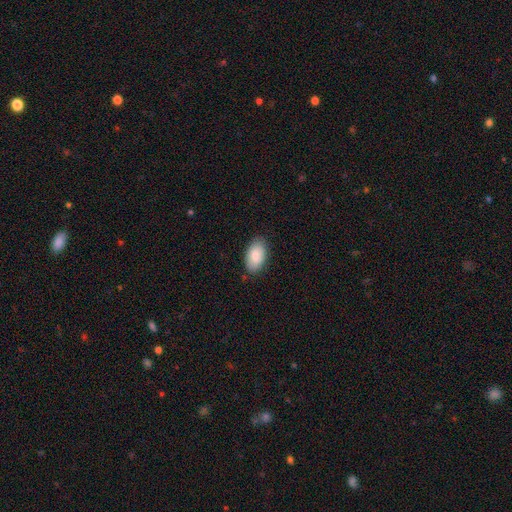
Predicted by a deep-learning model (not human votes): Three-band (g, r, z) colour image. It shows a smooth galaxy with no disk features (86%) that is in between round and cigar-shaped (95%). Merging: none (84%).